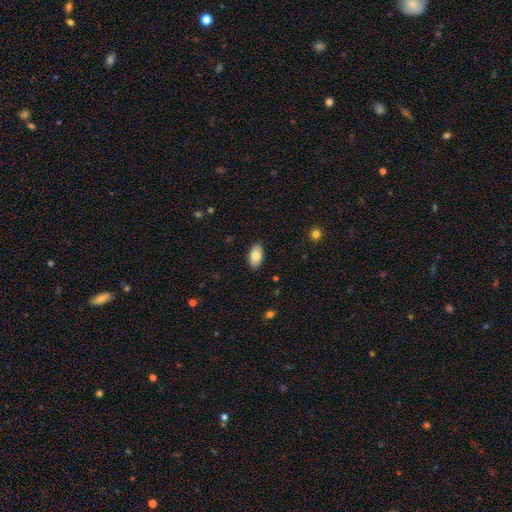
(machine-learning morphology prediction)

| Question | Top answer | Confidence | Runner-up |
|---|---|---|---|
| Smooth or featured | smooth | 80% | featured or disk (13%) |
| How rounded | in between | 94% | round (4%) |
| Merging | none | 88% | minor disturbance (10%) |